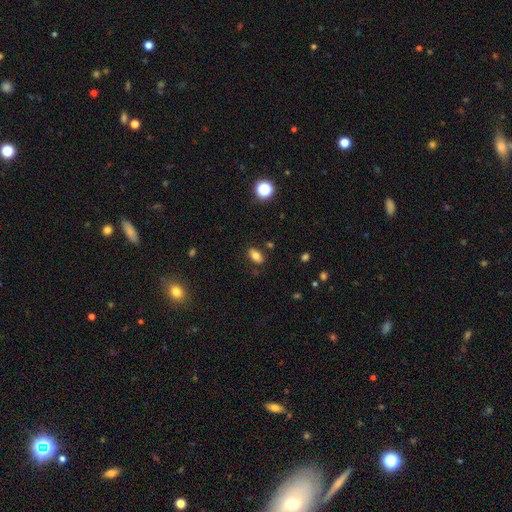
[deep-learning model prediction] Smooth or featured? Predicted: smooth (p=0.79). How rounded? Predicted: in between (p=0.88). Merging? Predicted: none (p=0.85).